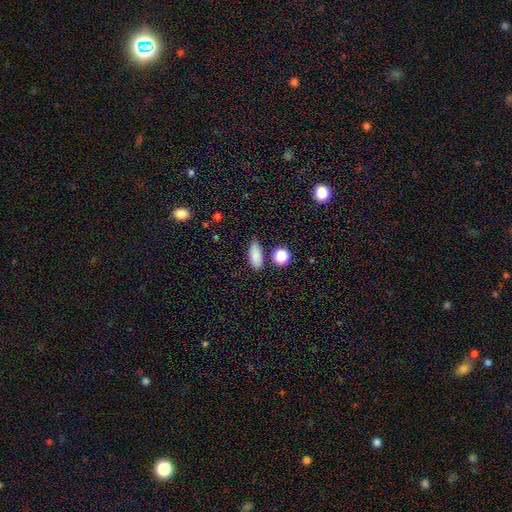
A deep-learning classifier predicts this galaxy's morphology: This is clearly a smooth galaxy (86%). How rounded: likely in between (77%). Merging: clearly none (80%).